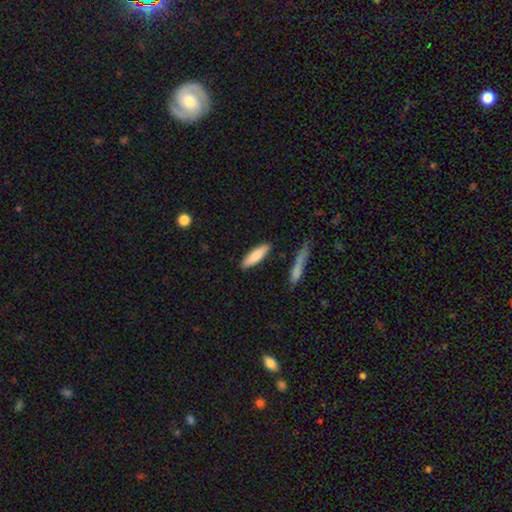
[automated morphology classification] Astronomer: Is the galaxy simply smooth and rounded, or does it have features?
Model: smooth — 82%.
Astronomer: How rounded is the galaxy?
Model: cigar-shaped — 61% (runner-up: in between, 37%).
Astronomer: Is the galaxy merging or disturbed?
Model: none — 85%.